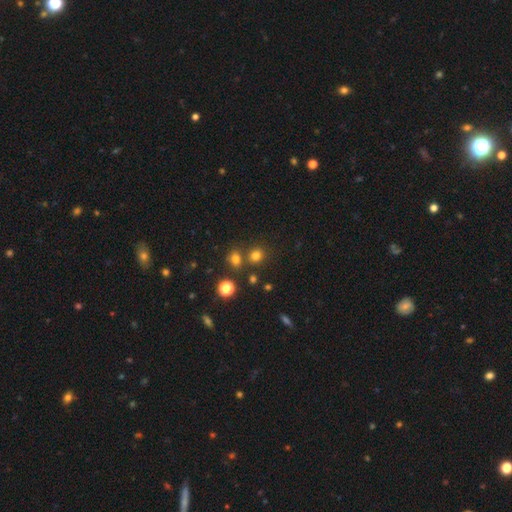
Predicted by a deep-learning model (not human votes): Morphology: type=smooth (75%); roundness=round (75%); merging=none (70%).